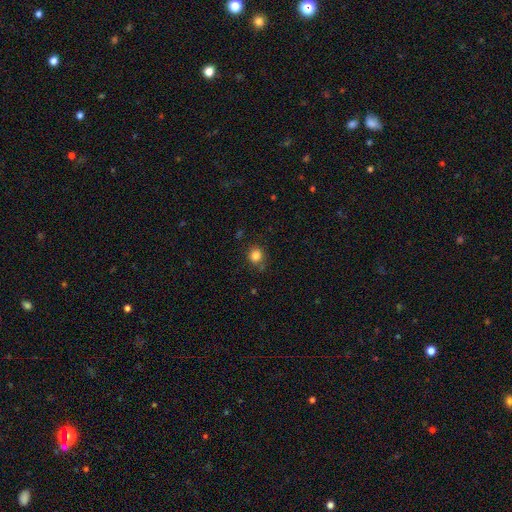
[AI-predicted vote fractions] Q: Smooth or featured?
A: smooth (83%); runner-up: star or artifact (12%)
Q: How rounded?
A: round (87%); runner-up: in between (13%)
Q: Merging?
A: none (81%); runner-up: minor disturbance (12%)